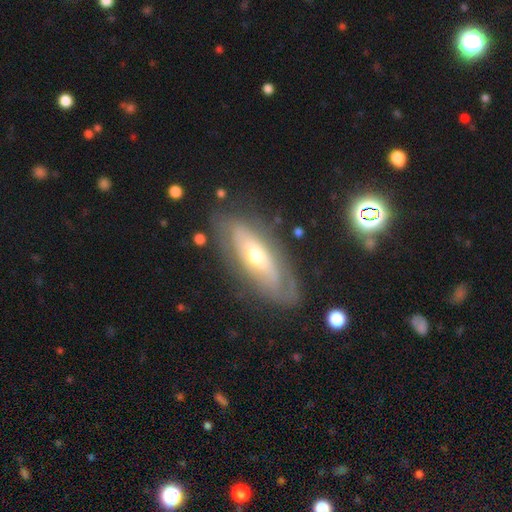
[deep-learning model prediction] The model was most divided on "bulge size": moderate: 55%, small: 38%, large: 4%, dominant: 1%, none: 1%. More confident: edge-on disk — no (78%); merging — none (75%); smooth or featured — featured or disk (70%); bar — no (66%); spiral arms — yes (61%).